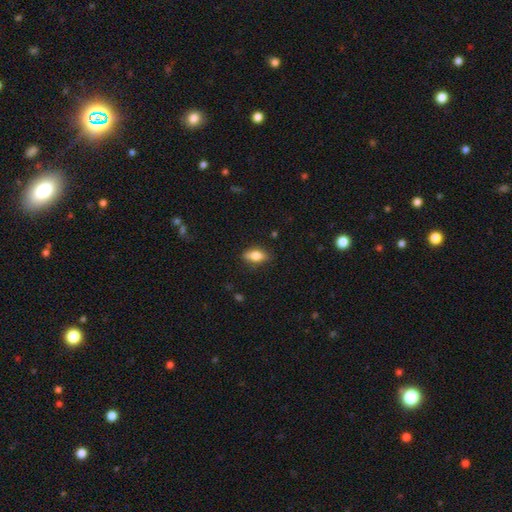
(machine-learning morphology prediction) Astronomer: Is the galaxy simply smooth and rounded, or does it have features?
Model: smooth — 73%.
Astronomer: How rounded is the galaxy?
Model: in between — 80%.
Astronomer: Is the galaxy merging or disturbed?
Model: none — 82%.